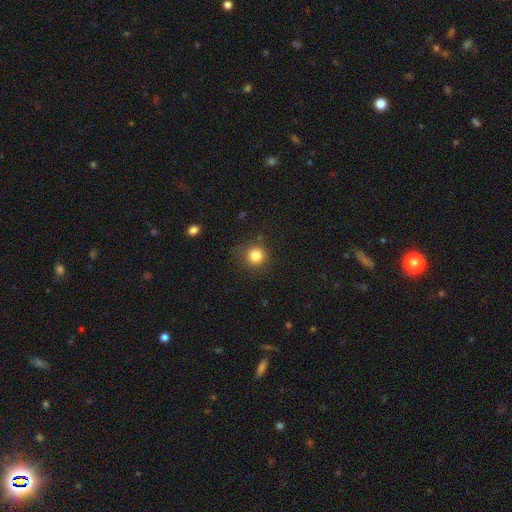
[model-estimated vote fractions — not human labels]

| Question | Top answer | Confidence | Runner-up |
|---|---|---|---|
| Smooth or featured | smooth | 83% | star or artifact (12%) |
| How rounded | round | 92% | in between (7%) |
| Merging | none | 84% | minor disturbance (10%) |